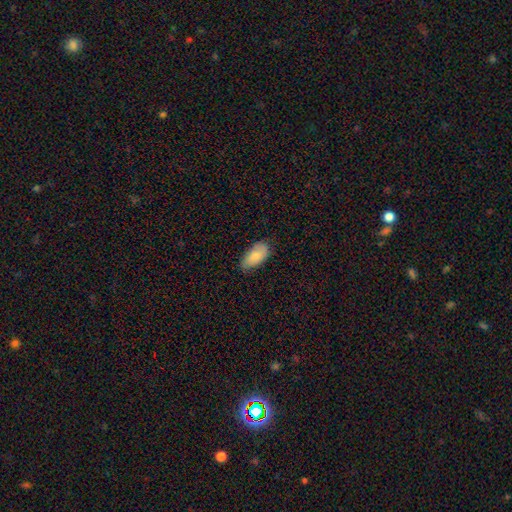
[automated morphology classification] Smooth or featured? smooth (82%)
How rounded? in between (94%)
Merging? none (75%)